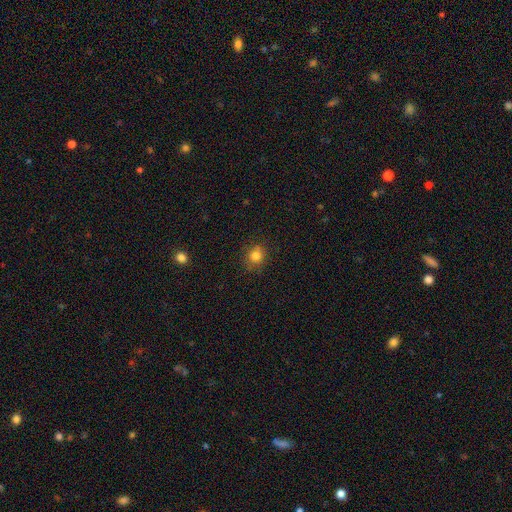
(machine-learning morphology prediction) A smooth galaxy with no disk features (80%) that is round (79%).

Vote fractions:
- Smooth or featured? smooth: 80% / star or artifact: 13% / featured or disk: 6%
- How rounded? round: 79% / in between: 20% / cigar-shaped: 1%
- Merging? none: 81% / minor disturbance: 13% / major disturbance: 3% / merger: 2%